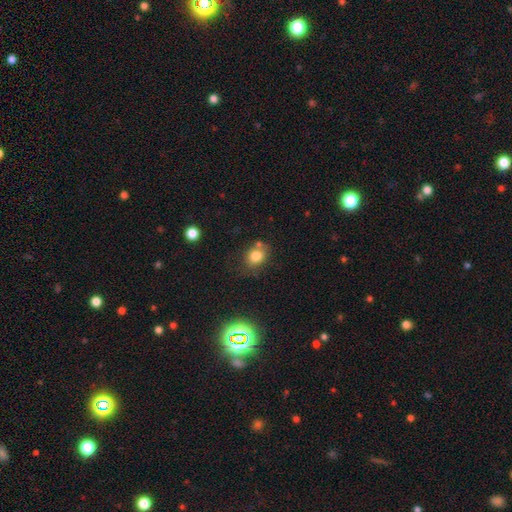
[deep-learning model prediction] Smooth or featured? smooth (77%)
How rounded? round (56%)
Merging? none (62%)